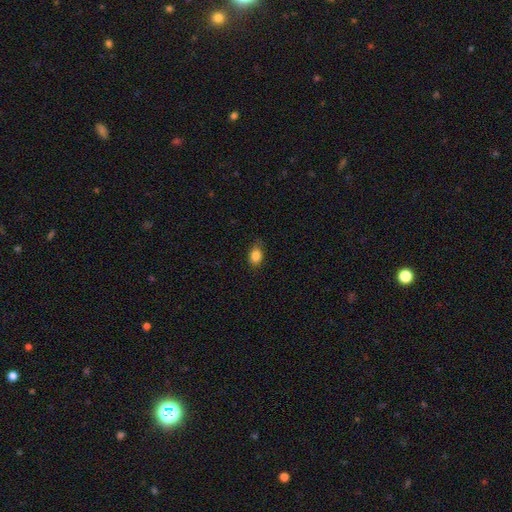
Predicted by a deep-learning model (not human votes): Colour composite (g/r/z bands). It shows a smooth galaxy with no disk features (85%) that is in between round and cigar-shaped (71%). Merging: none (77%).